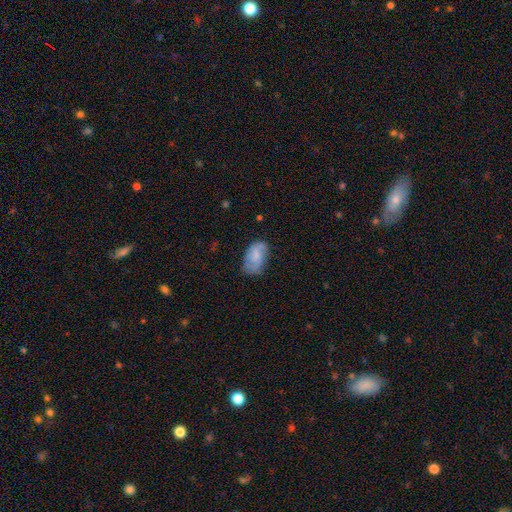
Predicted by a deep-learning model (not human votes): Smooth or featured? Predicted: smooth (p=0.59). How rounded? Predicted: in between (p=0.91). Merging? Predicted: none (p=0.61).